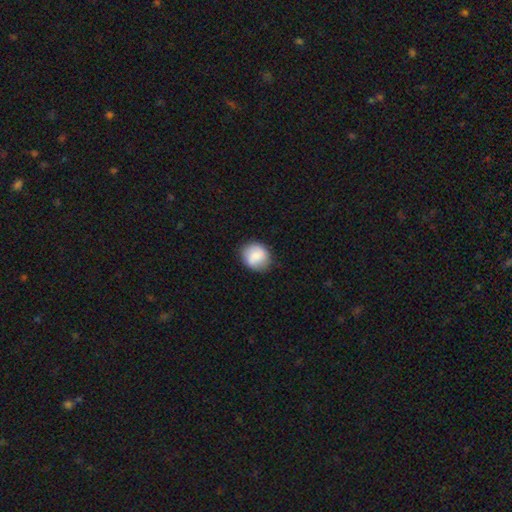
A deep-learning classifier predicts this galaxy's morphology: Q: Smooth or featured?
A: smooth (79%); runner-up: featured or disk (14%)
Q: How rounded?
A: round (79%); runner-up: in between (20%)
Q: Merging?
A: none (82%); runner-up: minor disturbance (14%)